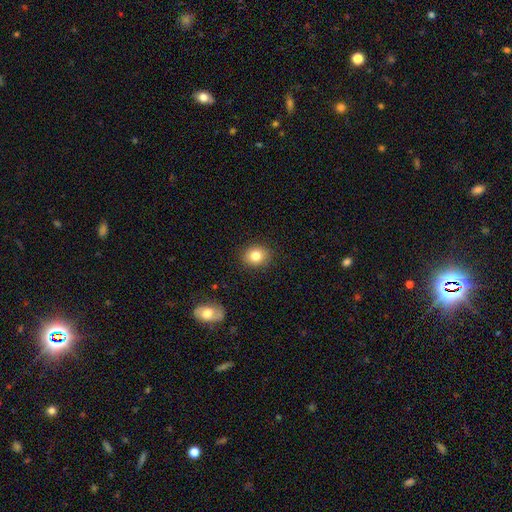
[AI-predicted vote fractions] Smooth or featured? smooth (82%)
How rounded? round (64%)
Merging? none (89%)